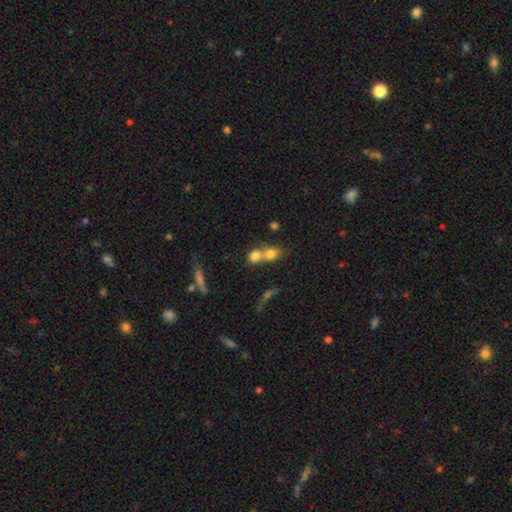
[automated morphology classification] This appears to be a smooth galaxy with no disk features (73%) that is round (64%). Merging: merger (66%).